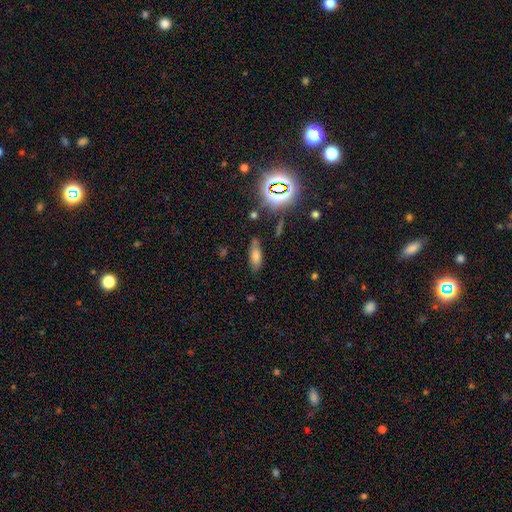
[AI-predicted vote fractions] The model was most divided on "how rounded": in between: 73%, cigar-shaped: 24%, round: 4%. More confident: merging — none (70%); smooth or featured — smooth (69%).